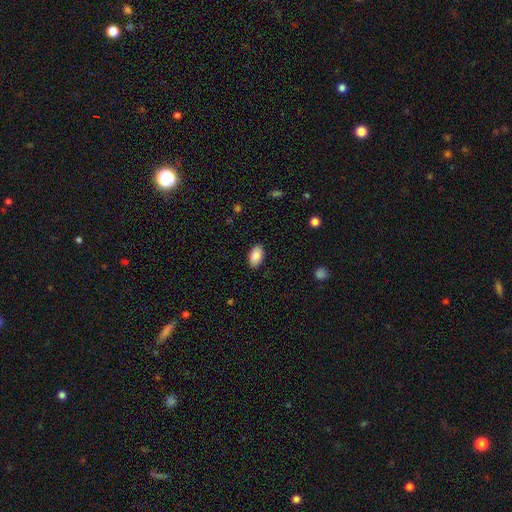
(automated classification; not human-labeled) The model was most divided on "merging": none: 87%, minor disturbance: 9%, major disturbance: 2%, merger: 1%. More confident: how rounded — in between (94%); smooth or featured — smooth (88%).